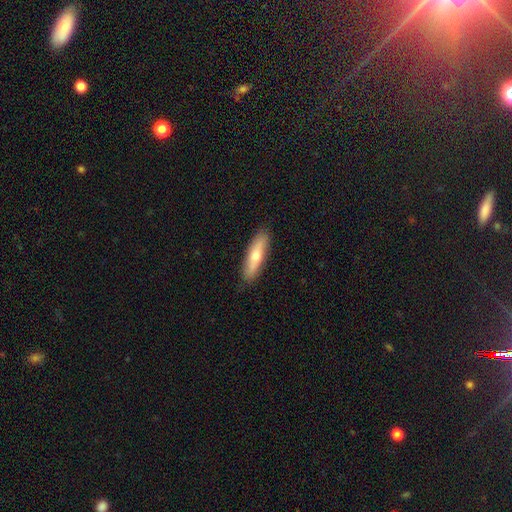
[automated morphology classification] Smooth or featured: smooth — 58% (featured or disk — 36%)
How rounded: cigar-shaped — 69% (in between — 29%)
Merging: none — 88% (minor disturbance — 9%)